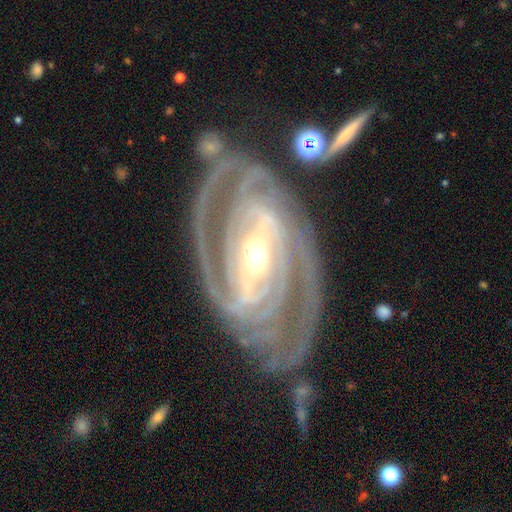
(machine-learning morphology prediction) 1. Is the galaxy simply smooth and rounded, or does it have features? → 92% featured or disk, 4% star or artifact, 4% smooth.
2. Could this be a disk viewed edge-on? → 96% no, 4% yes.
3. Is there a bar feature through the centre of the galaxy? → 44% strong, 31% weak, 25% no.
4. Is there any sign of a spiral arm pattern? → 98% yes, 2% no.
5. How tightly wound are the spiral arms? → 68% tight, 26% medium, 6% loose.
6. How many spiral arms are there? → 45% 2, 20% 3, 13% can't tell, 9% 4, 7% more than 4, 7% 1.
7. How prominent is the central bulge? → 56% moderate, 38% small, 4% large, 1% dominant, 1% none.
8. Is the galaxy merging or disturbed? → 68% none, 17% minor disturbance, 11% major disturbance, 3% merger.